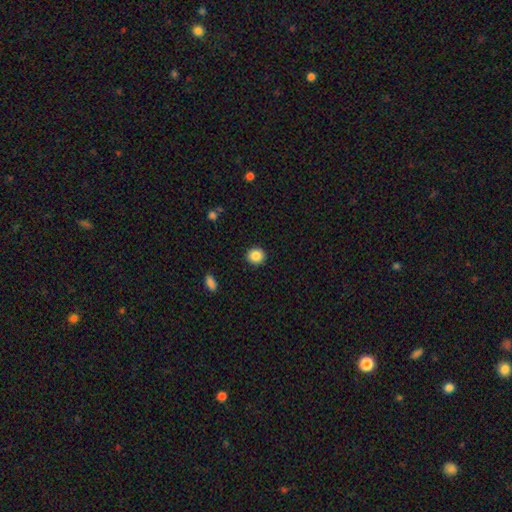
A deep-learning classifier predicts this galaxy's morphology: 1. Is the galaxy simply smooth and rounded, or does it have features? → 87% smooth, 9% star or artifact, 4% featured or disk.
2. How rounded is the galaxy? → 88% round, 11% in between, 1% cigar-shaped.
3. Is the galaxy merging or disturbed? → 92% none, 5% minor disturbance, 2% major disturbance, 1% merger.